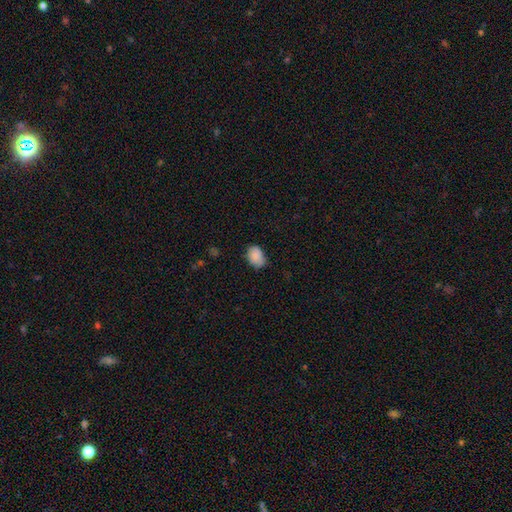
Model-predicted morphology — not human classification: smooth 85%, star or artifact 8%, featured or disk 7%. Down the decision tree: how rounded — in between (78%); merging — none (66%).